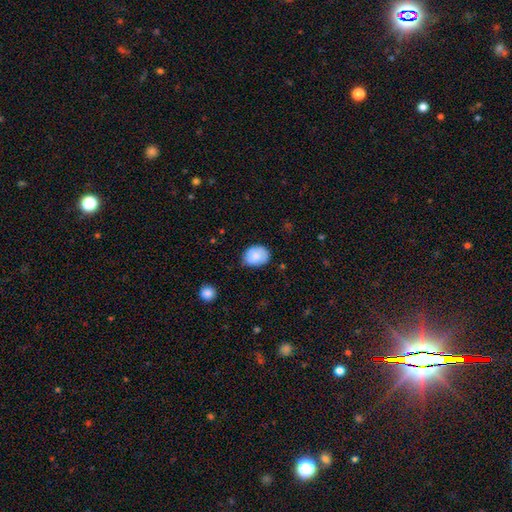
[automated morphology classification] Q: Smooth or featured?
A: smooth (80%); runner-up: featured or disk (13%)
Q: How rounded?
A: in between (61%); runner-up: round (38%)
Q: Merging?
A: none (68%); runner-up: minor disturbance (26%)